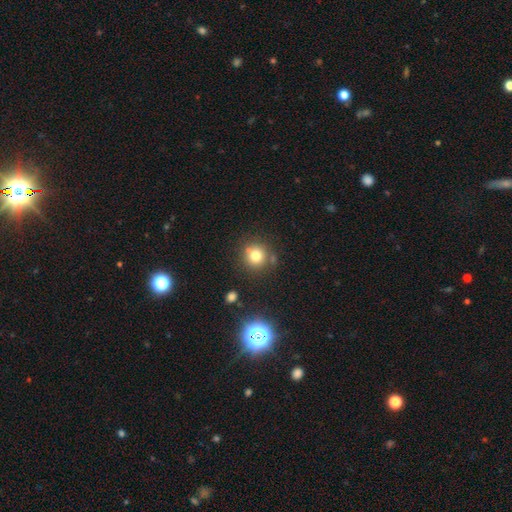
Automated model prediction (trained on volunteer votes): Q: Smooth or featured?
A: smooth (76%); runner-up: star or artifact (15%)
Q: How rounded?
A: round (92%); runner-up: in between (7%)
Q: Merging?
A: none (75%); runner-up: minor disturbance (11%)